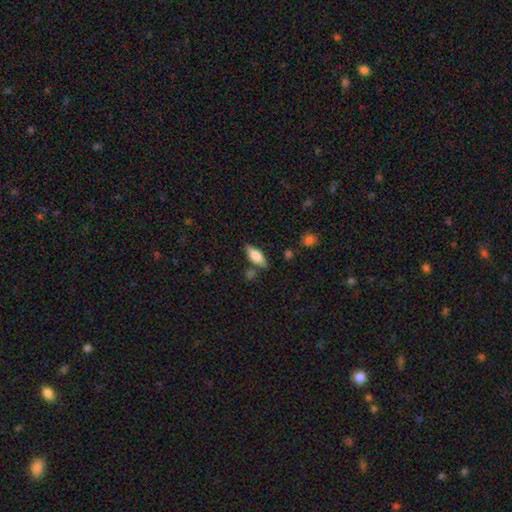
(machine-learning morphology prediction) smooth-or-featured: smooth: 74% | featured or disk: 20% | star or artifact: 7%
  how-rounded: in between: 73% | cigar-shaped: 25% | round: 2%
  merging: none: 77% | minor disturbance: 14% | merger: 5% | major disturbance: 3%